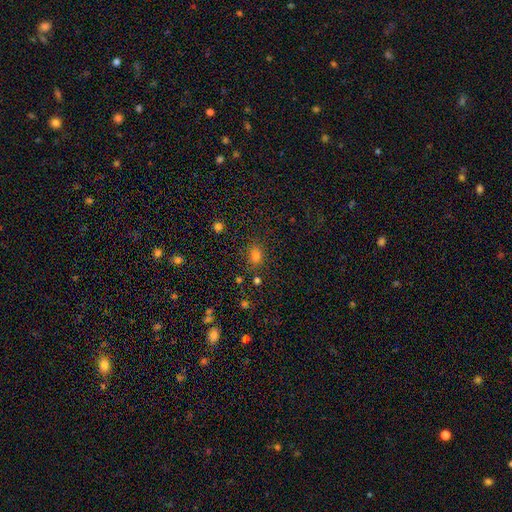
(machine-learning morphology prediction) smooth_or_featured: smooth (p=0.75) [alt: star or artifact p=0.18]
how_rounded: in between (p=0.61) [alt: round p=0.37]
merging: none (p=0.79) [alt: minor disturbance p=0.13]